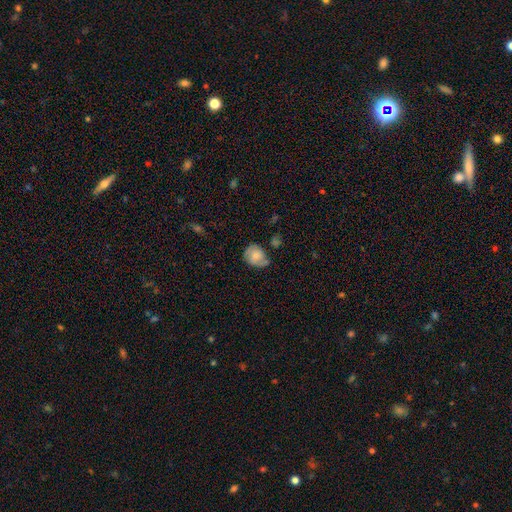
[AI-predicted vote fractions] Morphology: type=smooth (54%); roundness=round (56%); merging=none (50%).